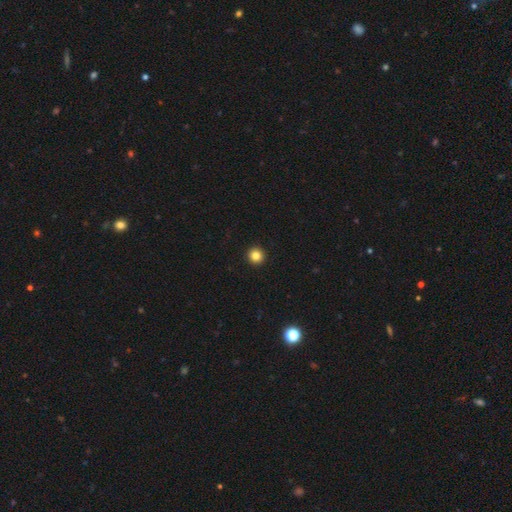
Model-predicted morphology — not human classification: type=smooth (84%); roundness=round (95%); merging=none (94%).